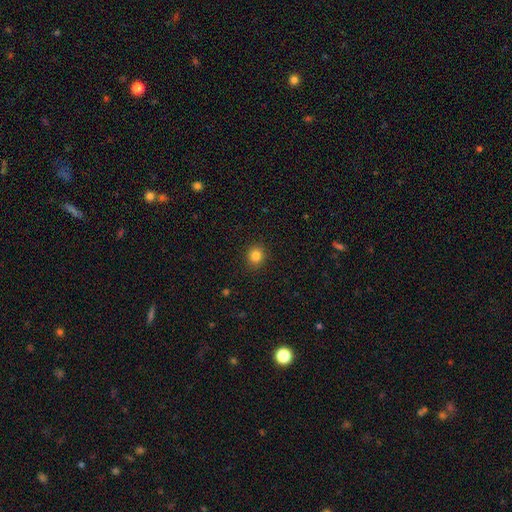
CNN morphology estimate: Smooth or featured? smooth (84%)
How rounded? round (85%)
Merging? none (91%)